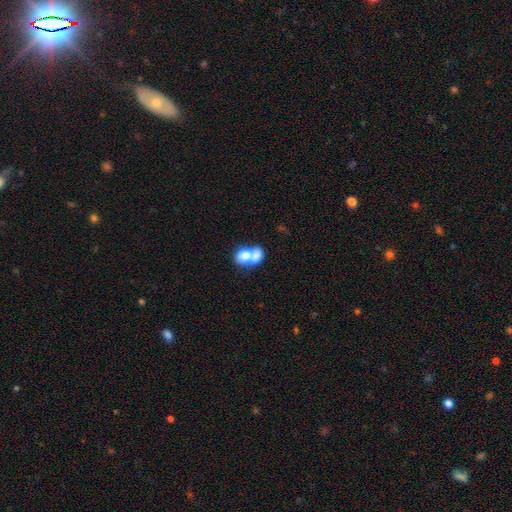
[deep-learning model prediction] Smooth or featured? smooth (72%)
How rounded? in between (56%)
Merging? merger (73%)